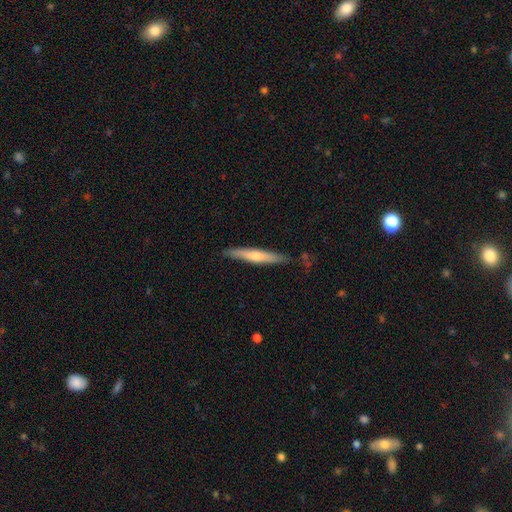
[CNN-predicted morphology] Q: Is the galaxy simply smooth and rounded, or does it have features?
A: smooth — 51%.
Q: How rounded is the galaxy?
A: cigar-shaped — 93%.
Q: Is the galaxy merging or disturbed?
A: none — 84%.